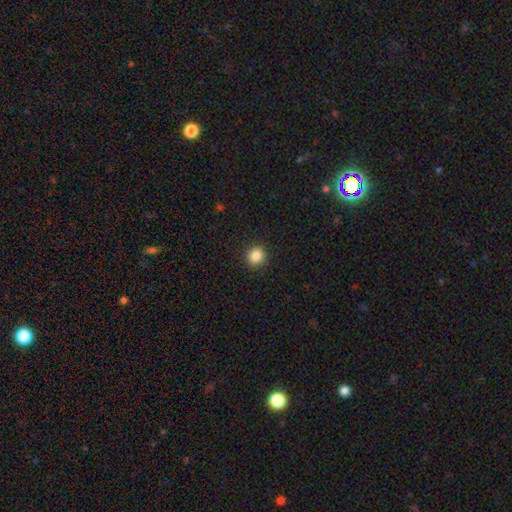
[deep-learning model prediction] smooth 86%, star or artifact 10%, featured or disk 4%. Down the decision tree: how rounded — round (86%); merging — none (91%).